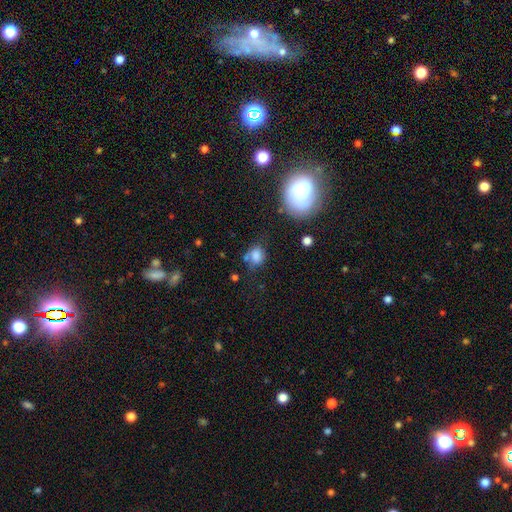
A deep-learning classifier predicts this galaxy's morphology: smooth 77%, star or artifact 14%, featured or disk 10%. Down the decision tree: how rounded — round (54%); merging — none (54%).